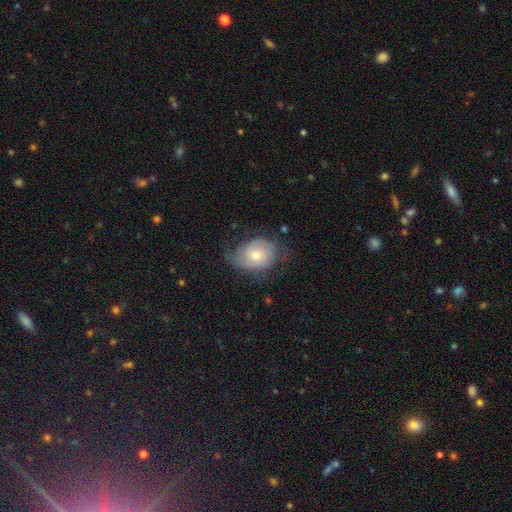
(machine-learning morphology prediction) Smooth or featured: featured or disk — 56% (smooth — 36%)
Edge-on disk: no — 96% (yes — 4%)
Bar: no — 75% (weak — 22%)
Spiral arms: yes — 84% (no — 16%)
Bulge size: moderate — 58% (small — 31%)
Merging: none — 57% (minor disturbance — 28%)